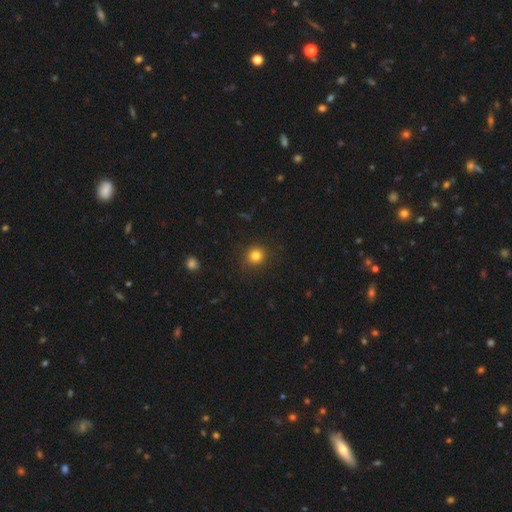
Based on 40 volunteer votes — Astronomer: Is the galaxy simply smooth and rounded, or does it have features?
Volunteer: smooth — 82%.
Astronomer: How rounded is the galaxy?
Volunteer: round — 94%.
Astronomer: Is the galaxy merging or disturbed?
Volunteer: none — 91%.